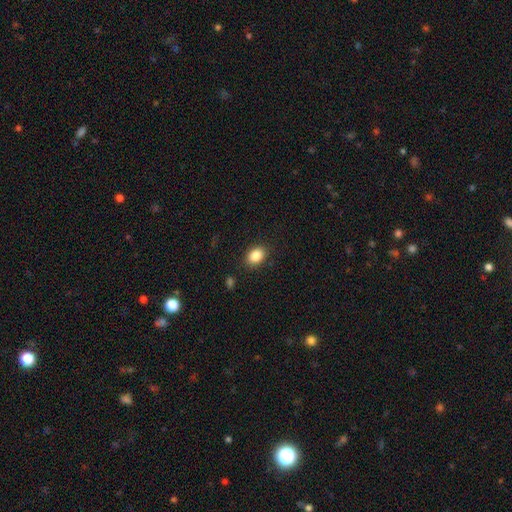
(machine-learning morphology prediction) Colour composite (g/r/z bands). It shows a smooth galaxy with no disk features (86%) that is in between round and cigar-shaped (70%). Merging: none (86%).